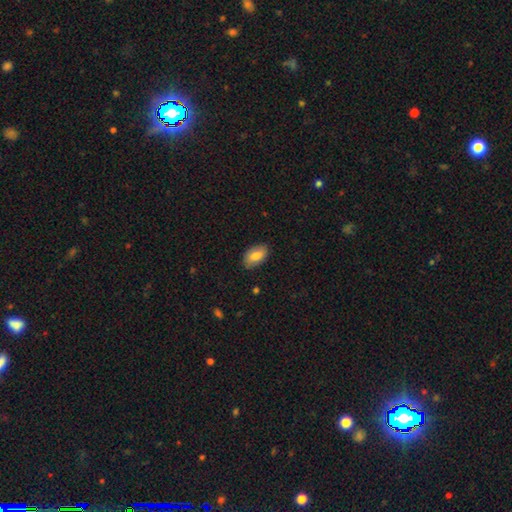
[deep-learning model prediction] smooth-or-featured: smooth: 80% | featured or disk: 13% | star or artifact: 7%
  how-rounded: in between: 93% | round: 5% | cigar-shaped: 2%
  merging: none: 84% | minor disturbance: 13% | major disturbance: 2% | merger: 1%